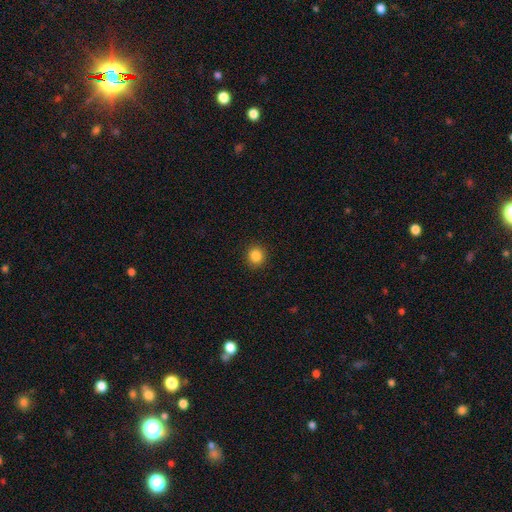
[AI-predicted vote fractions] Morphology: type=smooth (85%); roundness=round (91%); merging=none (92%).